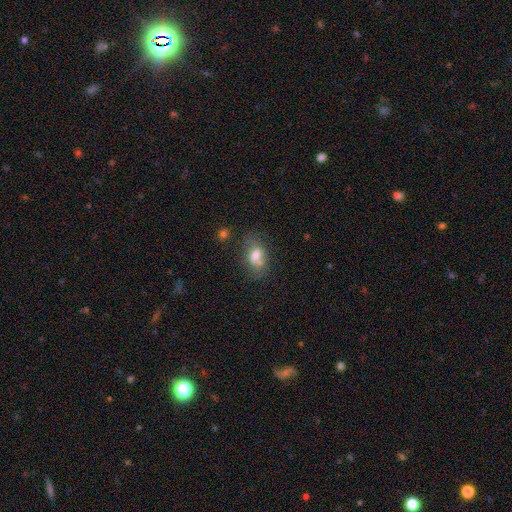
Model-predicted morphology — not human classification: This is likely a smooth galaxy (69%). How rounded: likely in between (80%). Merging: possibly none (47%).